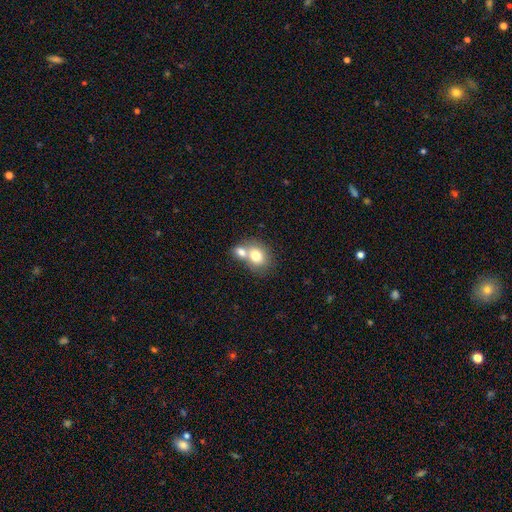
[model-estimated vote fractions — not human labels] Smooth or featured?
  - smooth: 75% *
  - featured or disk: 16%
  - star or artifact: 9%
How rounded?
  - round: 57% *
  - in between: 42%
  - cigar-shaped: 1%
Merging?
  - merger: 62% *
  - none: 29%
  - minor disturbance: 7%
  - major disturbance: 3%